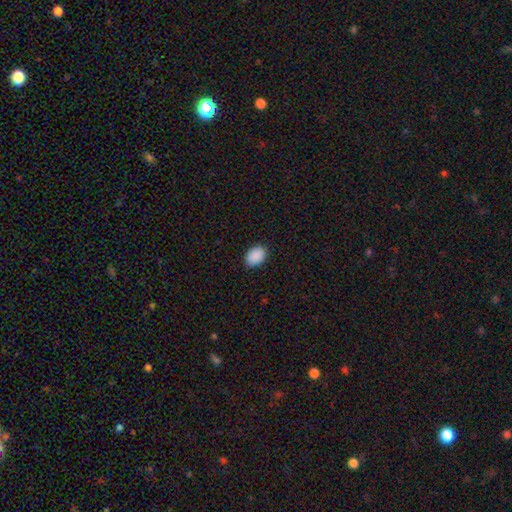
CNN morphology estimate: Overall: smooth (90%). How rounded: in between (79%). Merging: none (89%).